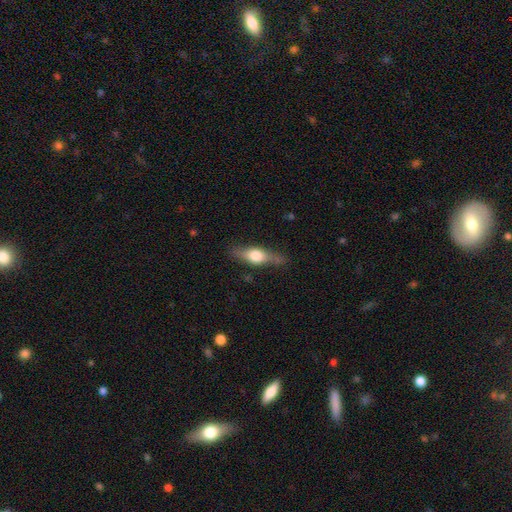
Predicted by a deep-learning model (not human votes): Q: Smooth or featured?
A: featured or disk (50%); runner-up: smooth (44%)
Q: Merging?
A: none (75%); runner-up: minor disturbance (18%)